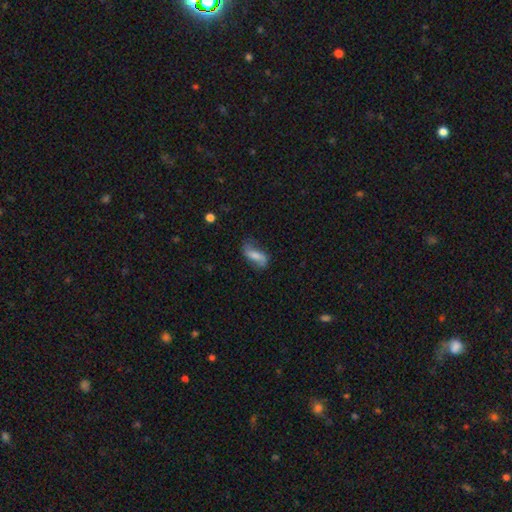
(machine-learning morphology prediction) Smooth or featured? Predicted: featured or disk (p=0.47). Merging? Predicted: none (p=0.61).